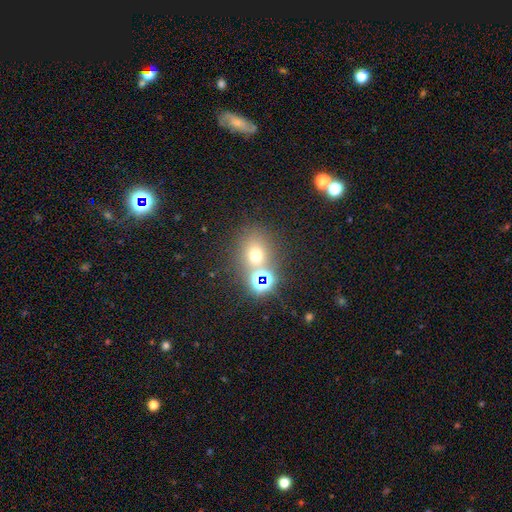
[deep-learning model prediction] Smooth or featured? Predicted: smooth (p=0.58). How rounded? Predicted: round (p=0.68). Merging? Predicted: none (p=0.64).